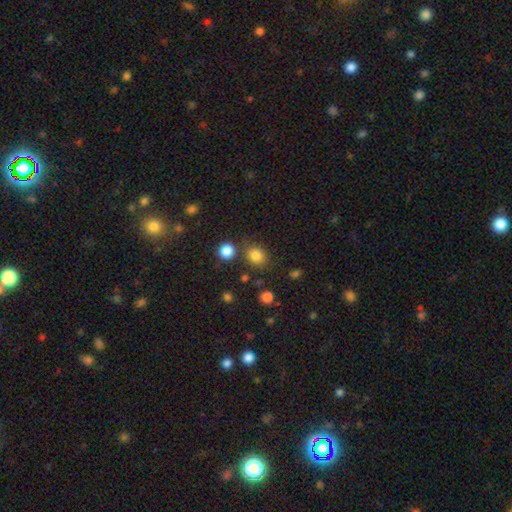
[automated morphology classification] Smooth or featured?
  - smooth: 82% *
  - star or artifact: 12%
  - featured or disk: 5%
How rounded?
  - round: 69% *
  - in between: 30%
  - cigar-shaped: 1%
Merging?
  - none: 74% *
  - minor disturbance: 12%
  - merger: 10%
  - major disturbance: 4%